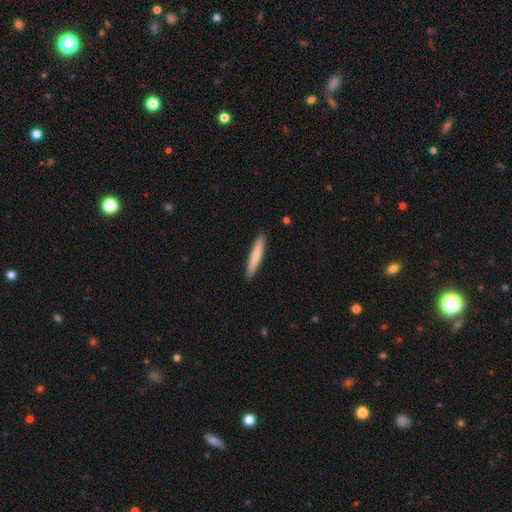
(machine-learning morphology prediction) Smooth or featured? smooth (76%)
How rounded? cigar-shaped (95%)
Merging? none (92%)